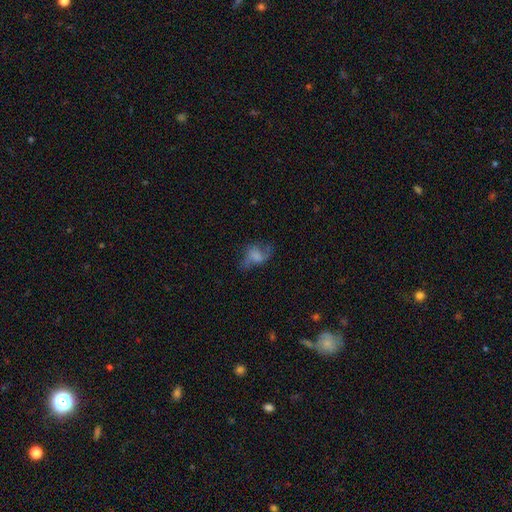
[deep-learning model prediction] This appears to be a smooth galaxy with no disk features (46%). Merging: none (40%).